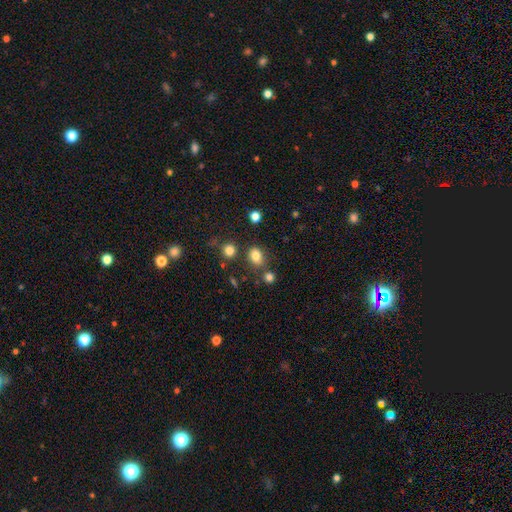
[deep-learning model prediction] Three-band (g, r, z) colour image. It shows a smooth galaxy with no disk features (79%) that is in between round and cigar-shaped (54%). Merging: none (72%).